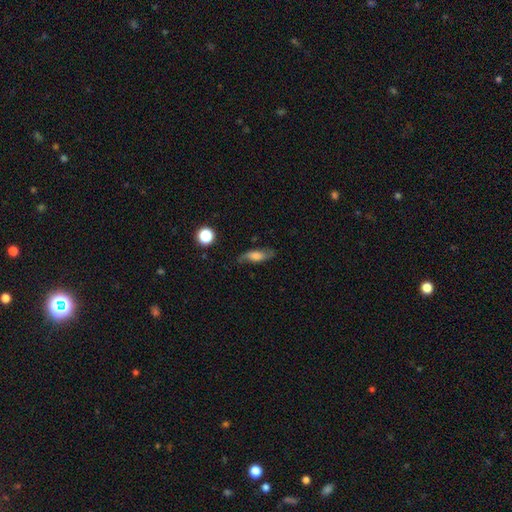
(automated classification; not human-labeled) Morphology: type=smooth (45%); merging=none (69%).